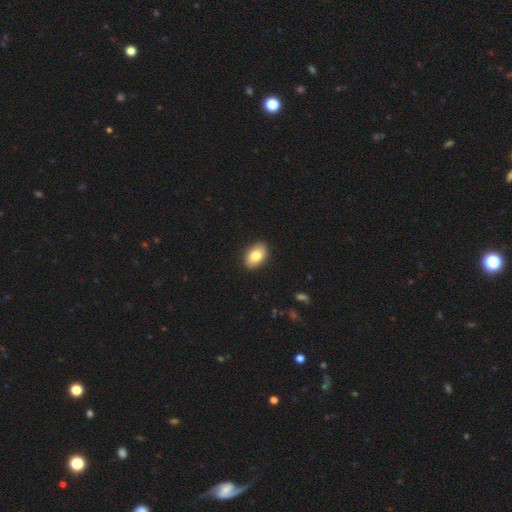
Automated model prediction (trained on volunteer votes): Q: Smooth or featured?
A: smooth (84%); runner-up: featured or disk (10%)
Q: How rounded?
A: in between (90%); runner-up: round (9%)
Q: Merging?
A: none (90%); runner-up: minor disturbance (8%)